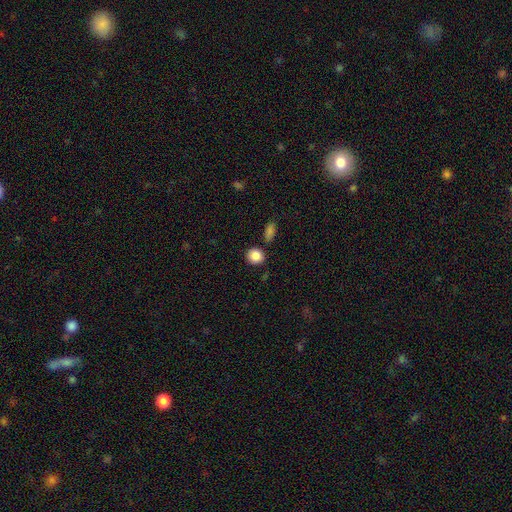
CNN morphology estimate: Smooth or featured: smooth — 87% (star or artifact — 9%)
How rounded: round — 84% (in between — 15%)
Merging: none — 82% (minor disturbance — 9%)